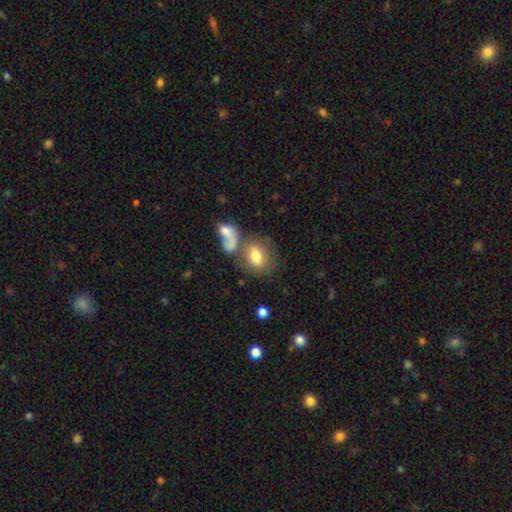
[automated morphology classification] Smooth or featured: smooth — 74% (featured or disk — 17%)
How rounded: in between — 64% (round — 34%)
Merging: none — 42% (merger — 33%)